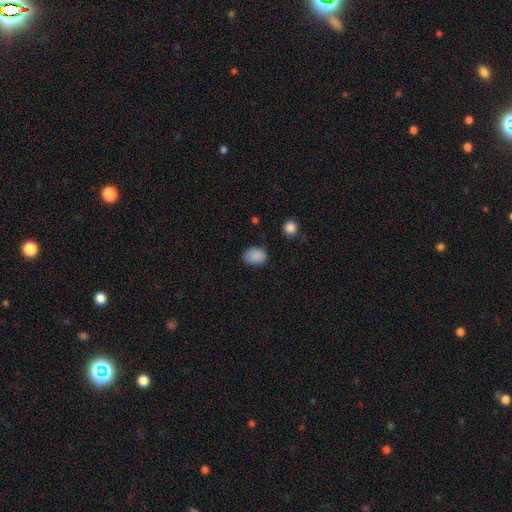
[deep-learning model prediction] Q: Smooth or featured?
A: smooth (88%); runner-up: star or artifact (9%)
Q: How rounded?
A: in between (66%); runner-up: round (33%)
Q: Merging?
A: none (79%); runner-up: minor disturbance (16%)